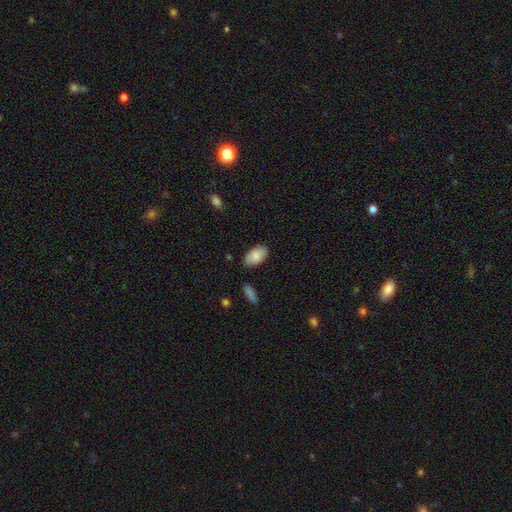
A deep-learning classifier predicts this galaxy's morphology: This appears to be a smooth galaxy with no disk features (85%) that is in between round and cigar-shaped (95%). Merging: none (83%).